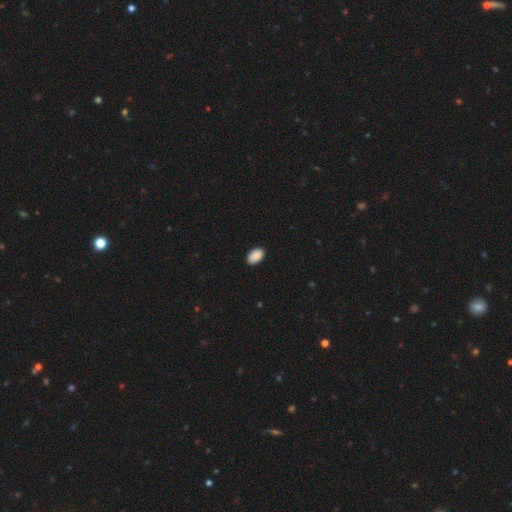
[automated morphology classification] Smooth or featured: smooth — 88% (star or artifact — 7%)
How rounded: in between — 92% (round — 7%)
Merging: none — 87% (minor disturbance — 10%)